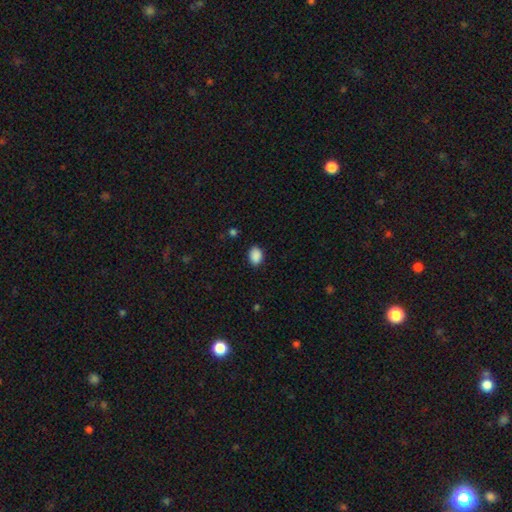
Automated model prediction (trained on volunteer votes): Smooth or featured? smooth (89%)
How rounded? in between (71%)
Merging? none (85%)